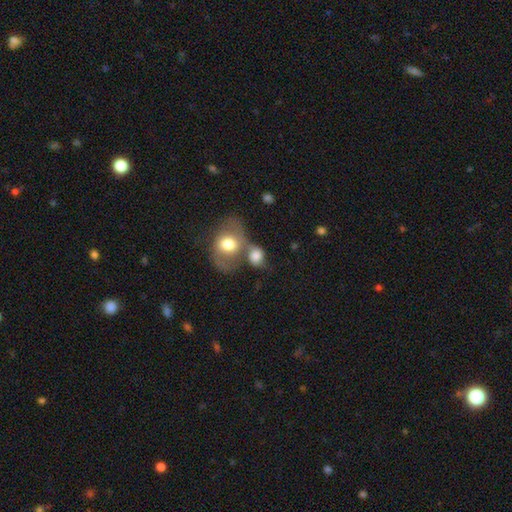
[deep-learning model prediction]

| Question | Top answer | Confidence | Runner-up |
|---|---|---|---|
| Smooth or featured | smooth | 71% | featured or disk (21%) |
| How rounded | round | 54% | in between (44%) |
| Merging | merger | 52% | none (26%) |